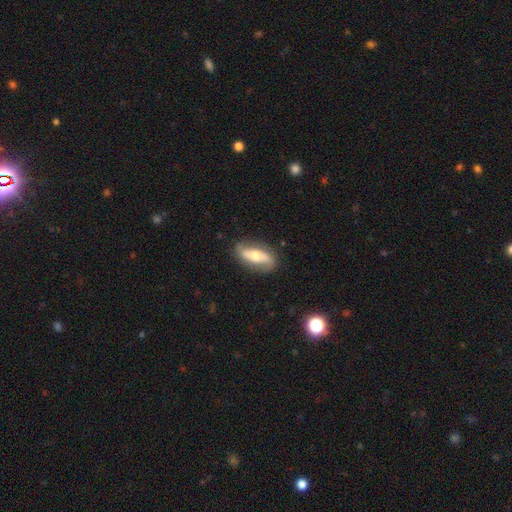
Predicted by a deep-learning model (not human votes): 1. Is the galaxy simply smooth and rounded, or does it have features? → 62% featured or disk, 32% smooth, 6% star or artifact.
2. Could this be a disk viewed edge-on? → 74% no, 26% yes.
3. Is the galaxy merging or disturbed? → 82% none, 13% minor disturbance, 4% major disturbance, 1% merger.